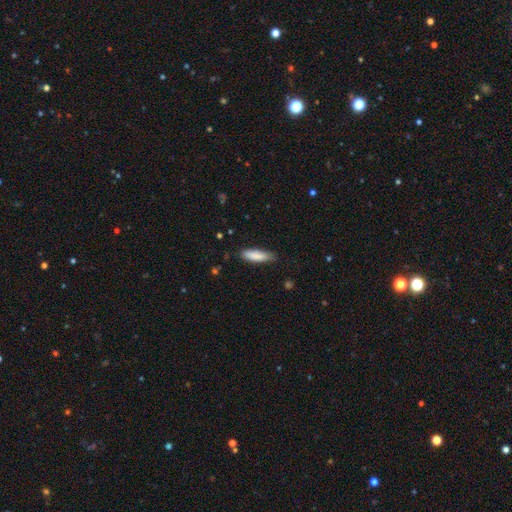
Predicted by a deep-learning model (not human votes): The model was most divided on "how rounded": cigar-shaped: 61%, in between: 38%, round: 1%. More confident: smooth or featured — smooth (86%); merging — none (80%).